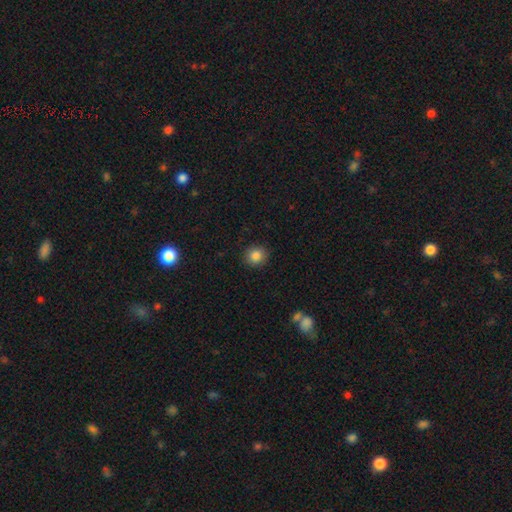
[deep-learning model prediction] Morphology: type=smooth (86%); roundness=round (86%); merging=none (88%).